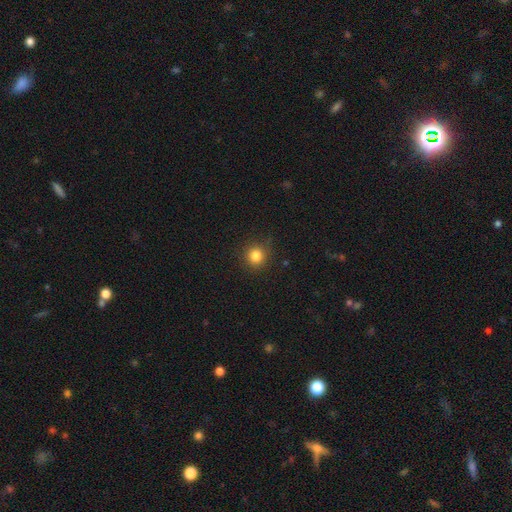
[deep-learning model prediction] Smooth or featured? smooth (83%)
How rounded? round (93%)
Merging? none (87%)